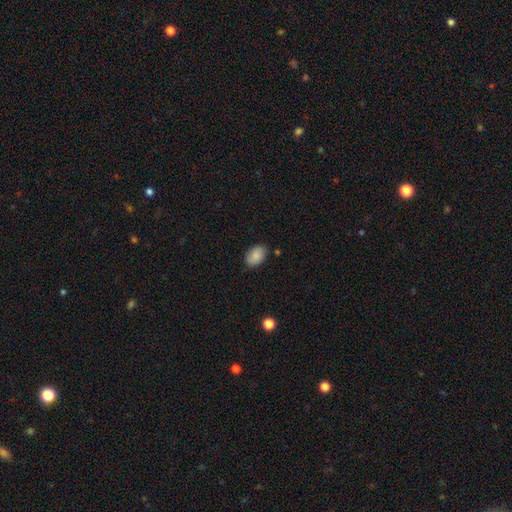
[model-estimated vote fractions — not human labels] Q: Smooth or featured?
A: smooth (87%); runner-up: star or artifact (7%)
Q: How rounded?
A: in between (87%); runner-up: round (12%)
Q: Merging?
A: none (83%); runner-up: minor disturbance (12%)